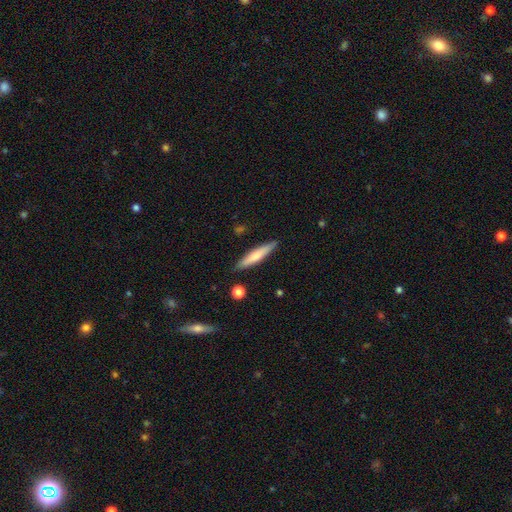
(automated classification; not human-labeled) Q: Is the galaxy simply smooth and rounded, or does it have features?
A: smooth — 60%.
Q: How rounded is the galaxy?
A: cigar-shaped — 89%.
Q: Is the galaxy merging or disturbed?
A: none — 88%.